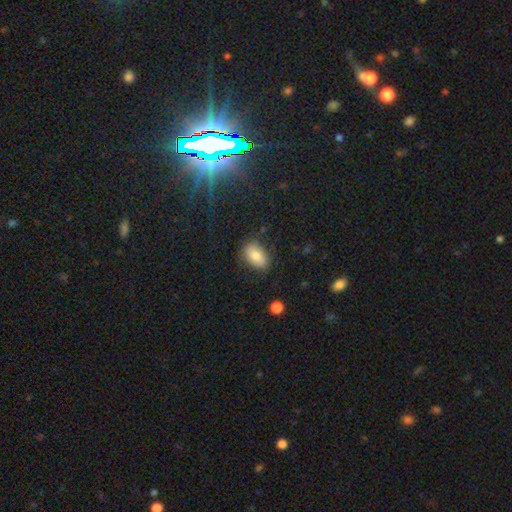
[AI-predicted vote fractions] Q: Smooth or featured?
A: smooth (80%); runner-up: featured or disk (12%)
Q: How rounded?
A: in between (88%); runner-up: round (11%)
Q: Merging?
A: none (77%); runner-up: minor disturbance (17%)